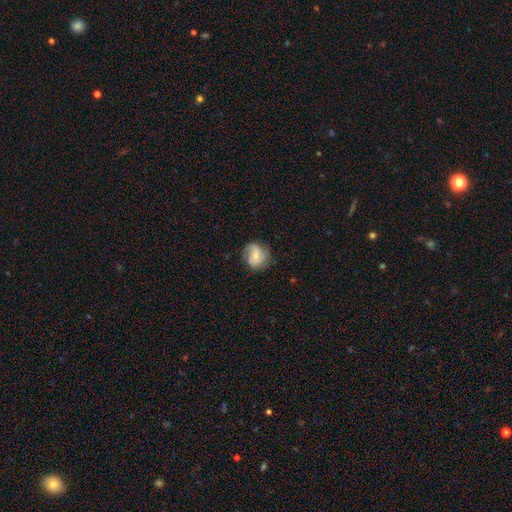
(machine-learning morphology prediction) Smooth or featured?
  - featured or disk: 55% *
  - smooth: 37%
  - star or artifact: 8%
Edge-on disk?
  - no: 98% *
  - yes: 2%
Bar?
  - no: 55% *
  - weak: 36%
  - strong: 9%
Spiral arms?
  - yes: 88% *
  - no: 12%
Bulge size?
  - small: 54% *
  - moderate: 36%
  - none: 6%
  - large: 3%
  - dominant: 1%
Merging?
  - none: 70% *
  - minor disturbance: 21%
  - major disturbance: 8%
  - merger: 1%